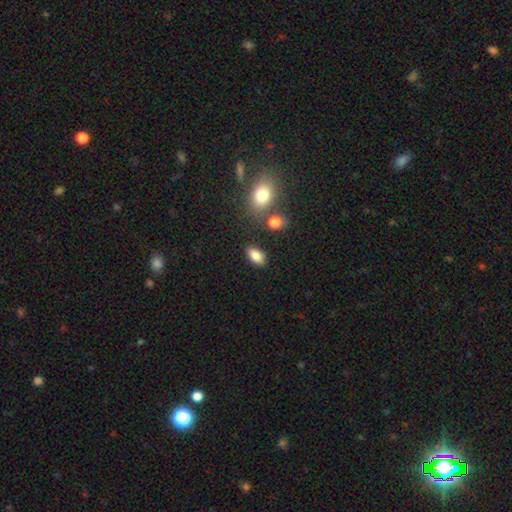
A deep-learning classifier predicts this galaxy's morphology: Q: Smooth or featured?
A: smooth (84%); runner-up: star or artifact (9%)
Q: How rounded?
A: in between (90%); runner-up: round (6%)
Q: Merging?
A: none (84%); runner-up: minor disturbance (10%)